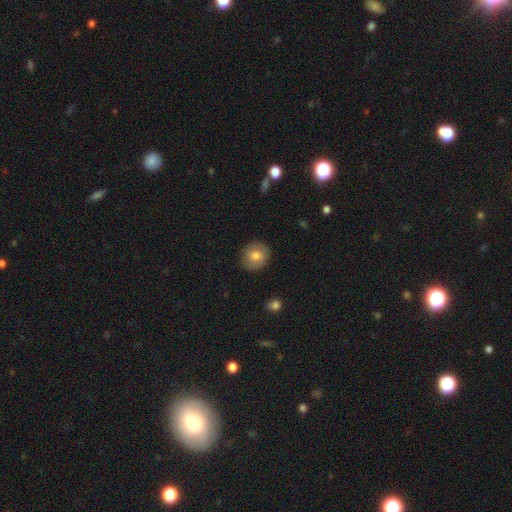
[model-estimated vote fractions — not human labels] Smooth or featured? Predicted: smooth (p=0.71). How rounded? Predicted: round (p=0.86). Merging? Predicted: none (p=0.87).